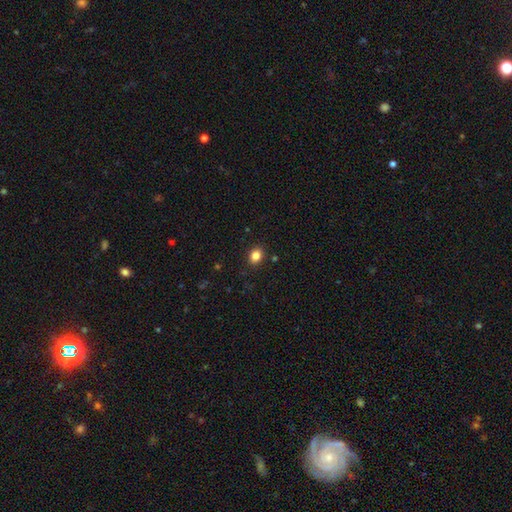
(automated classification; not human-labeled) Smooth or featured: smooth — 84% (star or artifact — 11%)
How rounded: in between — 52% (round — 47%)
Merging: none — 89% (minor disturbance — 8%)